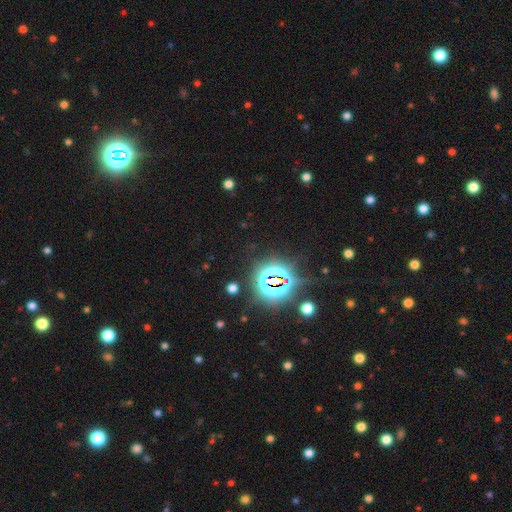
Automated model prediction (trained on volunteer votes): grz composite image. It shows a star or artifact, not a galaxy (83%).